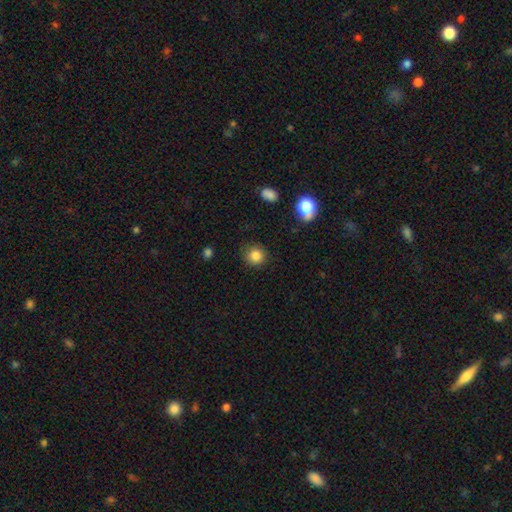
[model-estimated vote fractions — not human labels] A smooth galaxy with no disk features (84%) that is round (90%).

Vote fractions:
- Smooth or featured? smooth: 84% / star or artifact: 11% / featured or disk: 5%
- How rounded? round: 90% / in between: 9% / cigar-shaped: 1%
- Merging? none: 85% / minor disturbance: 10% / major disturbance: 3% / merger: 1%